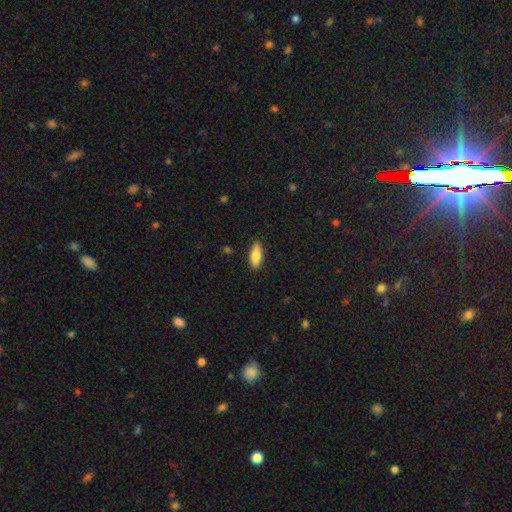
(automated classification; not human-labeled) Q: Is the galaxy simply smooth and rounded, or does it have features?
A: smooth — 81%.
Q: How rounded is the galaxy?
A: in between — 77%.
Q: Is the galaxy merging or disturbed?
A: none — 87%.